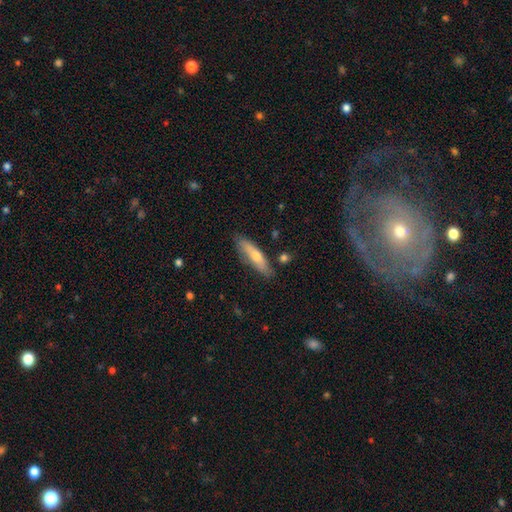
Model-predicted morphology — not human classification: Smooth or featured? Predicted: smooth (p=0.58). How rounded? Predicted: cigar-shaped (p=0.71). Merging? Predicted: none (p=0.80).